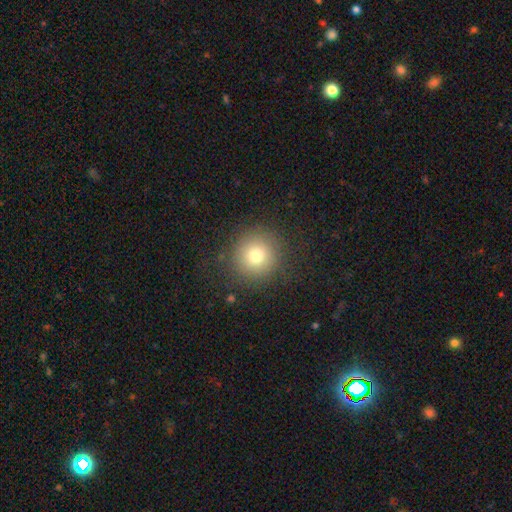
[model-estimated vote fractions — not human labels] smooth_or_featured: smooth (p=0.77) [alt: star or artifact p=0.13]
how_rounded: round (p=0.94) [alt: in between p=0.05]
merging: none (p=0.87) [alt: minor disturbance p=0.08]